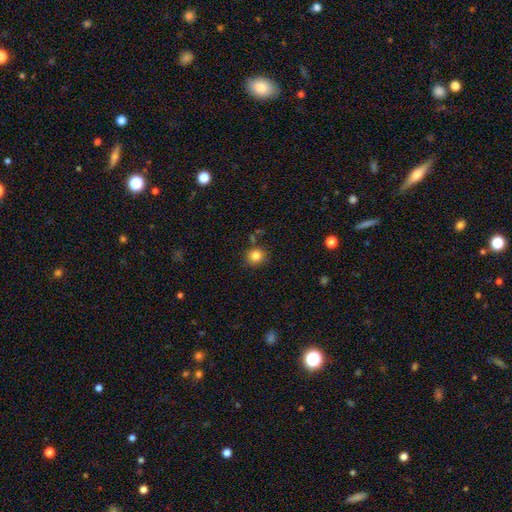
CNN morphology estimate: The model was most divided on "merging": none: 83%, minor disturbance: 11%, merger: 4%, major disturbance: 3%. More confident: how rounded — round (88%); smooth or featured — smooth (84%).